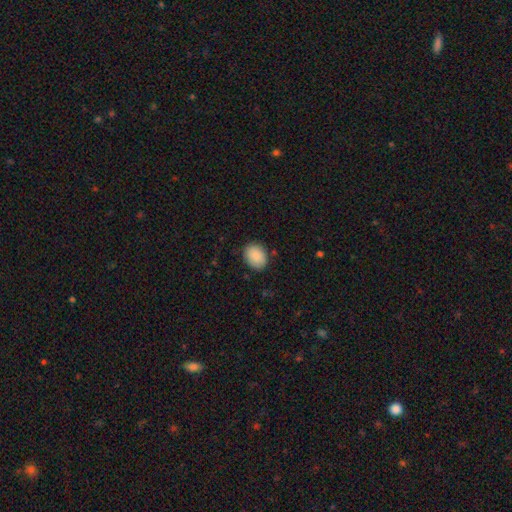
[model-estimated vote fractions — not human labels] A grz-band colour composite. It shows a smooth galaxy with no disk features (89%) that is in between round and cigar-shaped (57%). Merging: none (85%).